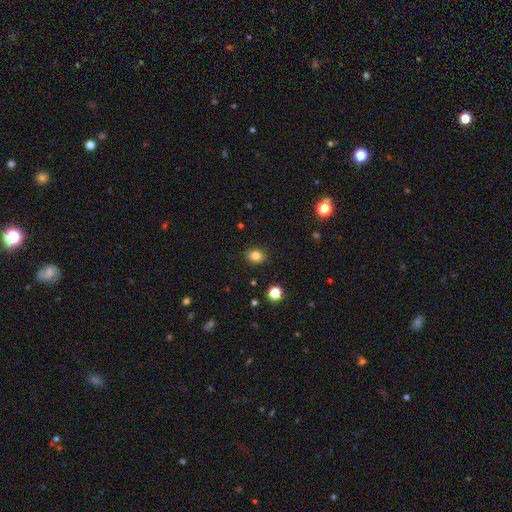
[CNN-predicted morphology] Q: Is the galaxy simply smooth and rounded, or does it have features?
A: smooth — 82%.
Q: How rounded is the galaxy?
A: round — 56%.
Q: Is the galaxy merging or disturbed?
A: none — 89%.